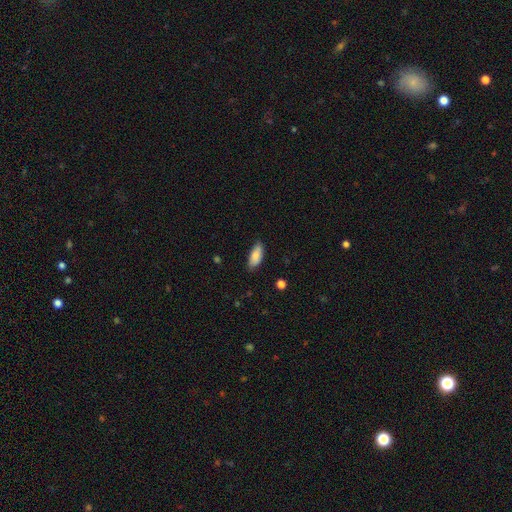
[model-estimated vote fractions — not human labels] Q: Smooth or featured?
A: smooth (82%); runner-up: featured or disk (12%)
Q: How rounded?
A: in between (82%); runner-up: cigar-shaped (16%)
Q: Merging?
A: none (80%); runner-up: minor disturbance (17%)